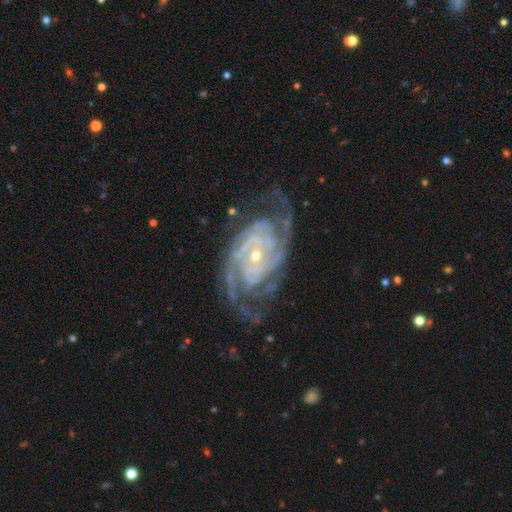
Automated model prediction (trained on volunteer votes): This appears to be a featured or disk galaxy (93%) with no bar (64%), 2 (30%) tight (66%) spiral arms (99%) and a small central bulge (68%). Merging: none (72%).